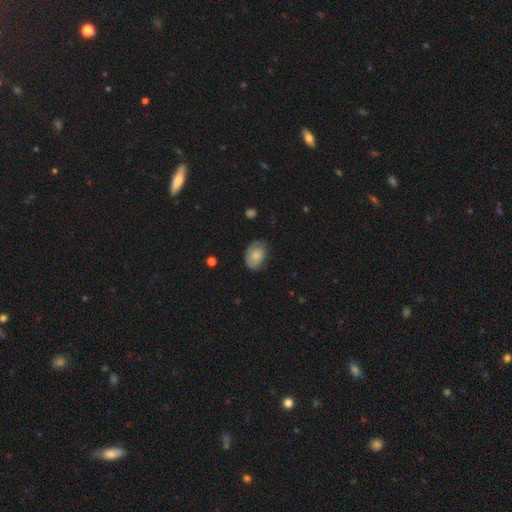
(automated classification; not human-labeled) This appears to be a smooth galaxy with no disk features (69%) that is in between round and cigar-shaped (79%). Merging: none (63%).